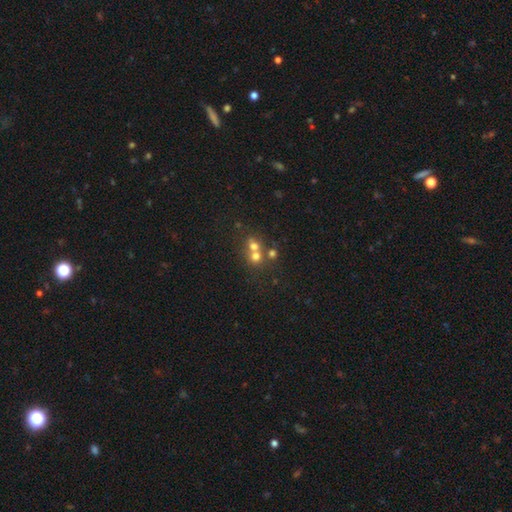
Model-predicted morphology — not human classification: smooth-or-featured: smooth: 64% | featured or disk: 18% | star or artifact: 18%
  how-rounded: round: 82% | in between: 17% | cigar-shaped: 1%
  merging: merger: 56% | none: 35% | minor disturbance: 5% | major disturbance: 3%